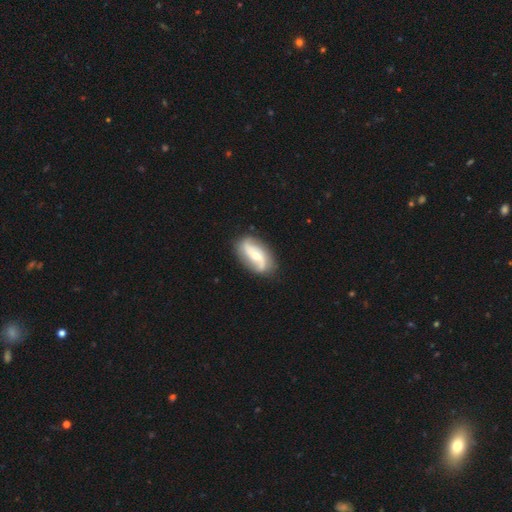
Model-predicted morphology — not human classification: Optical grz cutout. It shows a featured or disk galaxy (77%) with no bar (42%), 2 (89%) loose (60%) spiral arms (93%) and a moderate central bulge (48%). Merging: none (80%).